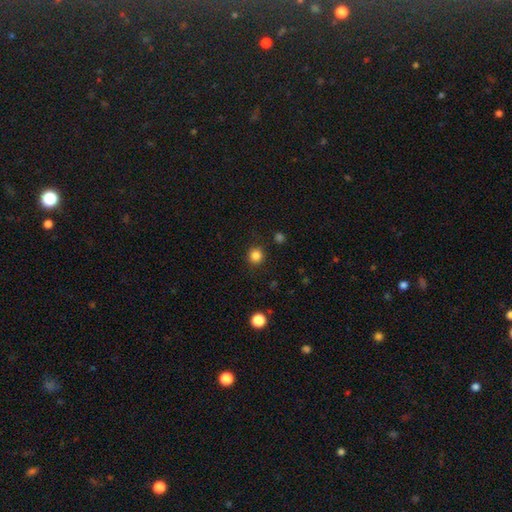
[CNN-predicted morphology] A smooth galaxy with no disk features (84%) that is round (94%).

Vote fractions:
- Smooth or featured? smooth: 84% / star or artifact: 12% / featured or disk: 4%
- How rounded? round: 94% / in between: 5% / cigar-shaped: 1%
- Merging? none: 90% / minor disturbance: 6% / major disturbance: 2% / merger: 1%